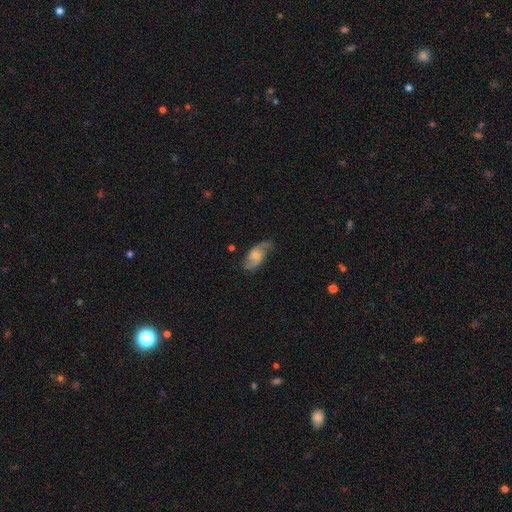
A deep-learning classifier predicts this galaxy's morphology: Smooth or featured? Predicted: featured or disk (p=0.76). Edge-on disk? Predicted: no (p=0.95). Bar? Predicted: no (p=0.54). Spiral arms? Predicted: yes (p=0.95). Spiral winding? Predicted: loose (p=0.46). Spiral arm count? Predicted: 2 (p=0.89). Bulge size? Predicted: small (p=0.42). Merging? Predicted: none (p=0.72).